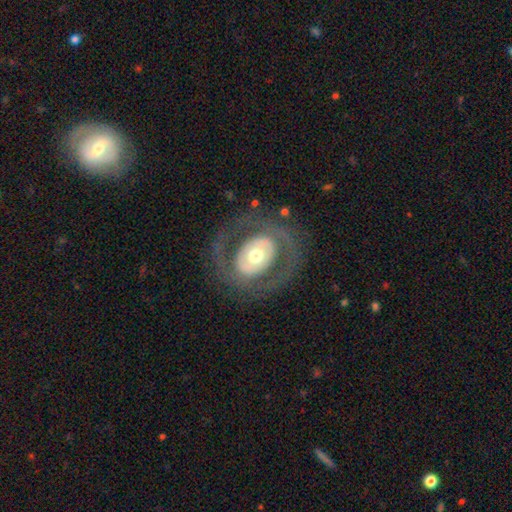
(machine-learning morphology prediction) smooth-or-featured: featured or disk: 69% | smooth: 26% | star or artifact: 5%
  disk-edge-on: no: 95% | yes: 5%
    bar: no: 67% | weak: 20% | strong: 13%
    has-spiral-arms: no: 65% | yes: 35%
    bulge-size: moderate: 68% | large: 17% | small: 13% | dominant: 2% | none: 1%
  merging: none: 74% | major disturbance: 13% | minor disturbance: 12% | merger: 1%